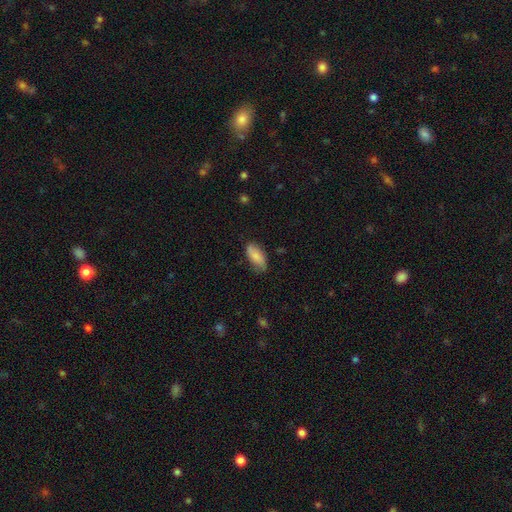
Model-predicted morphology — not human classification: The model was most divided on "merging": none: 71%, minor disturbance: 23%, major disturbance: 4%, merger: 1%. More confident: how rounded — in between (88%); smooth or featured — smooth (80%).